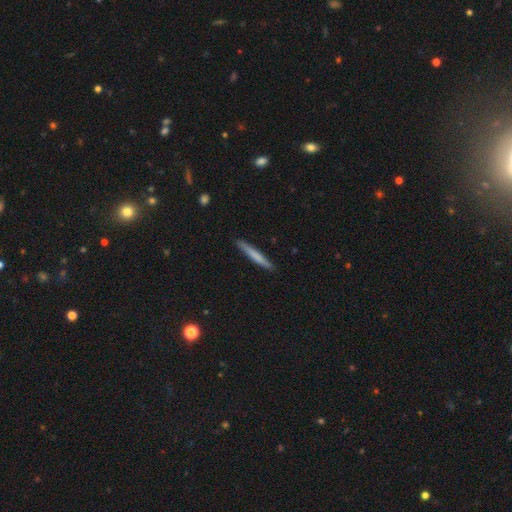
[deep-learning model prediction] This is likely a smooth galaxy (69%). How rounded: clearly cigar-shaped (96%). Merging: clearly none (90%).